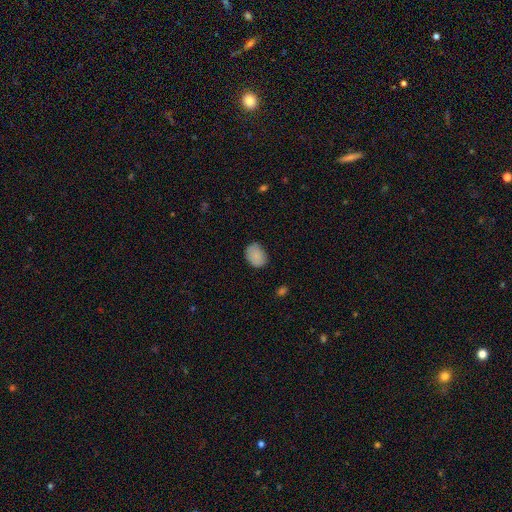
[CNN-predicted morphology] This appears to be a smooth galaxy with no disk features (86%) that is in between round and cigar-shaped (66%). Merging: none (79%).